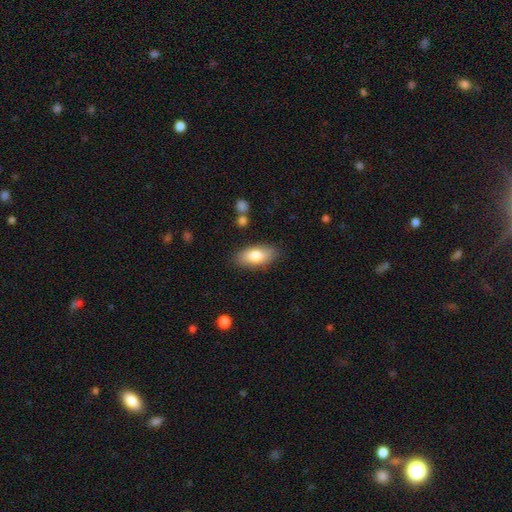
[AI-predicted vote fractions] This appears to be a smooth galaxy with no disk features (79%) that is in between round and cigar-shaped (88%). Merging: none (84%).